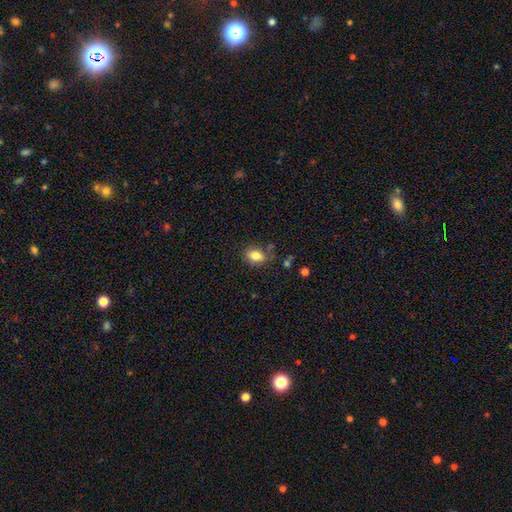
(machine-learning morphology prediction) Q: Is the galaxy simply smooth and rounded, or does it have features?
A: smooth — 83%.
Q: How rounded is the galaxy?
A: in between — 74%.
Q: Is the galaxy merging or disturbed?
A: none — 73%.